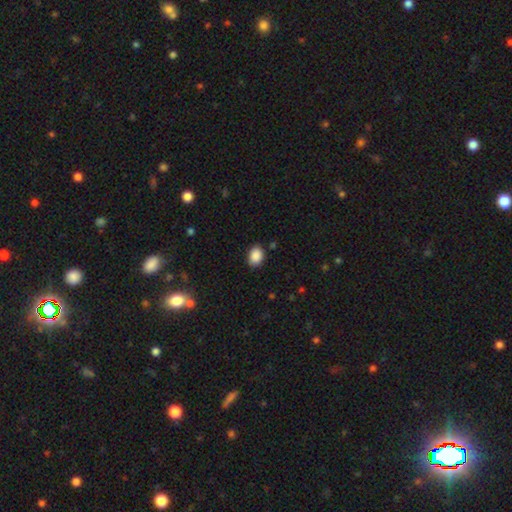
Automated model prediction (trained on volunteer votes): A smooth galaxy with no disk features (89%) that is in between round and cigar-shaped (75%).

Vote fractions:
- Smooth or featured? smooth: 89% / star or artifact: 8% / featured or disk: 3%
- How rounded? in between: 75% / round: 24% / cigar-shaped: 1%
- Merging? none: 86% / minor disturbance: 11% / major disturbance: 2% / merger: 1%